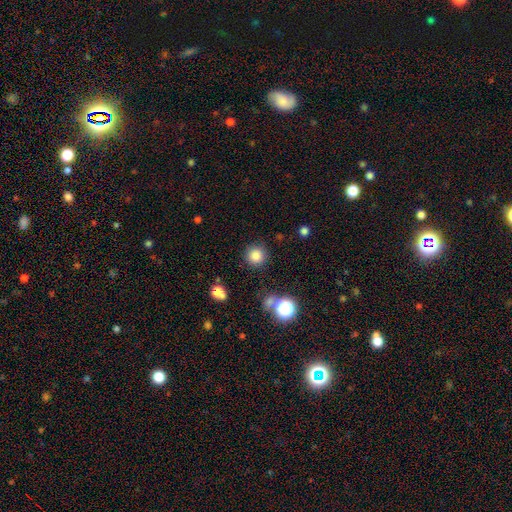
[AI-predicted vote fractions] smooth_or_featured: smooth (p=0.81) [alt: star or artifact p=0.14]
how_rounded: round (p=0.95) [alt: in between p=0.04]
merging: none (p=0.87) [alt: minor disturbance p=0.07]